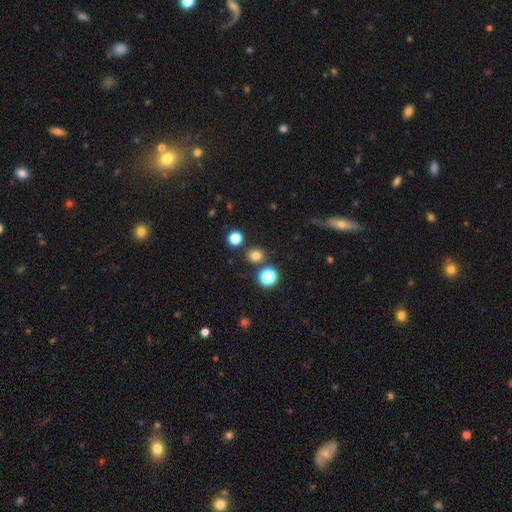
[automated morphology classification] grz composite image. It shows a smooth galaxy with no disk features (76%) that is round (81%). Merging: none (84%).